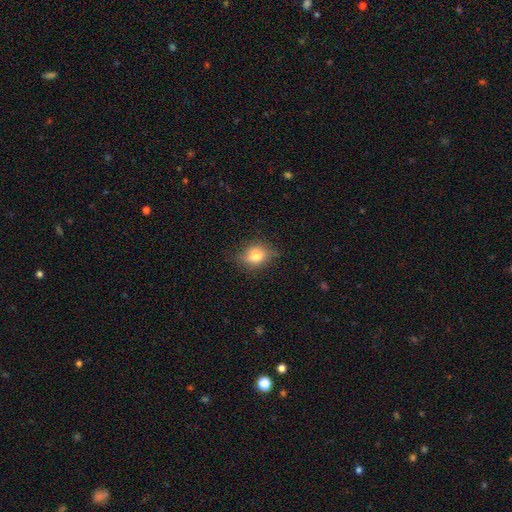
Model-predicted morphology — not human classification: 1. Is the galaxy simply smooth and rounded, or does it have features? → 71% smooth, 19% featured or disk, 10% star or artifact.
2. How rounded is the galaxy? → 57% in between, 40% round, 3% cigar-shaped.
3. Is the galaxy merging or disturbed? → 71% none, 22% minor disturbance, 5% major disturbance, 1% merger.